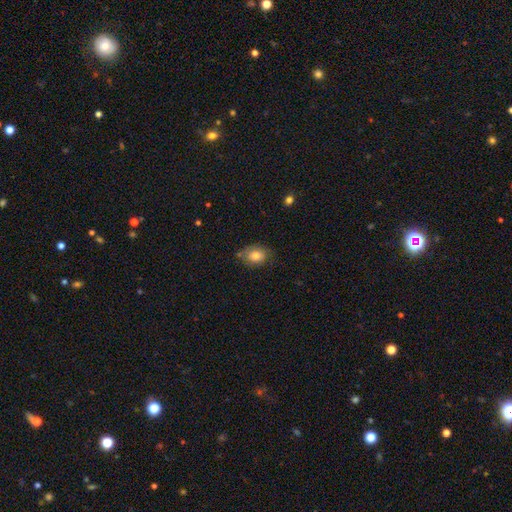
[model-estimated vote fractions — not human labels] This is likely a smooth galaxy (79%). How rounded: likely in between (63%). Merging: likely none (68%).